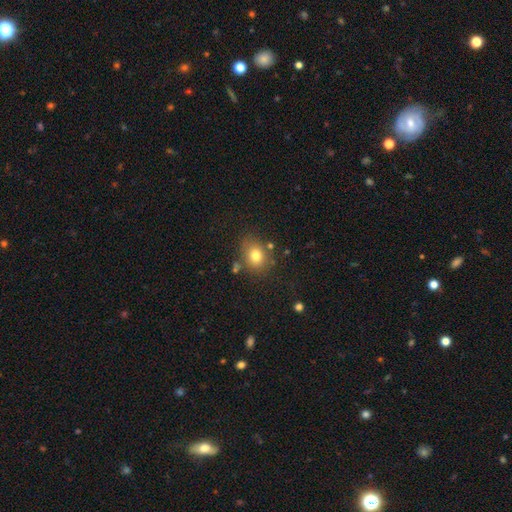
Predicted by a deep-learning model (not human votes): smooth 77%, star or artifact 12%, featured or disk 11%. Down the decision tree: how rounded — round (53%); merging — none (74%).